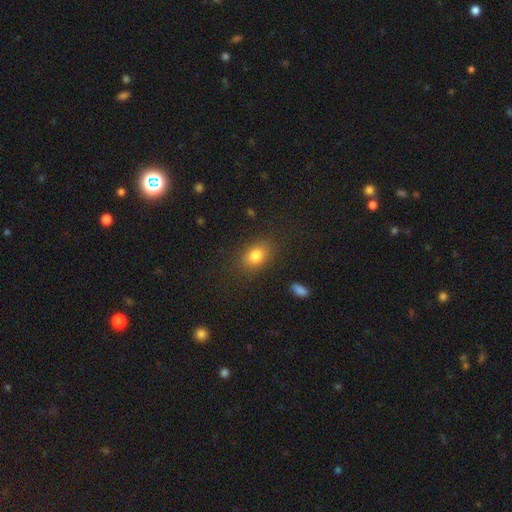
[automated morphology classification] smooth_or_featured: smooth (p=0.81) [alt: star or artifact p=0.10]
how_rounded: in between (p=0.74) [alt: round p=0.24]
merging: none (p=0.81) [alt: minor disturbance p=0.12]